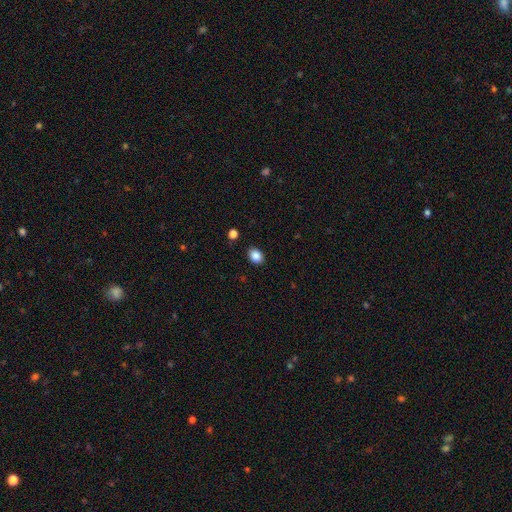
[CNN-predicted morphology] Smooth or featured: smooth — 87% (star or artifact — 9%)
How rounded: in between — 64% (round — 35%)
Merging: none — 88% (minor disturbance — 8%)